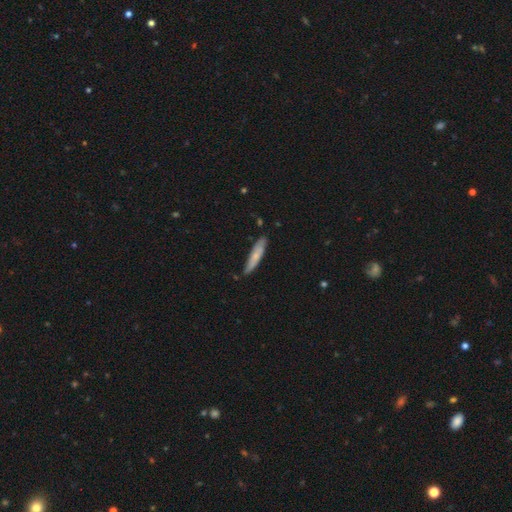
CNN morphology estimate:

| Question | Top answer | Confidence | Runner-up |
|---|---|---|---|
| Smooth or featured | smooth | 66% | featured or disk (28%) |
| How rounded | cigar-shaped | 87% | in between (12%) |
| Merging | none | 79% | minor disturbance (17%) |